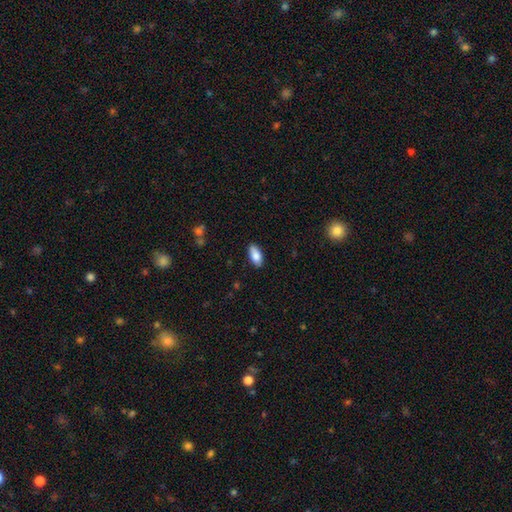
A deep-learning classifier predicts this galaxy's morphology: smooth 82%, featured or disk 11%, star or artifact 7%. Down the decision tree: how rounded — in between (88%); merging — none (85%).